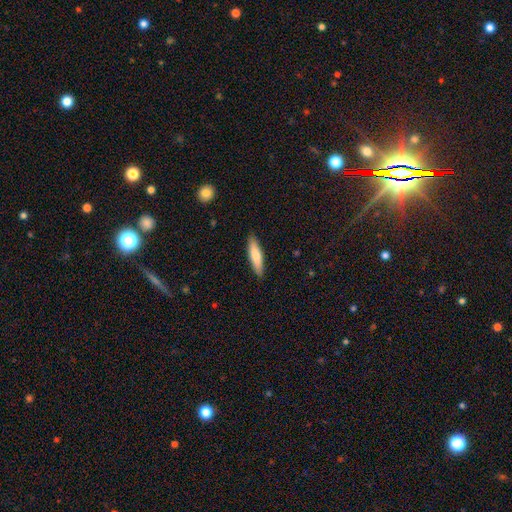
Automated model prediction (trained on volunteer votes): This appears to be a smooth galaxy with no disk features (77%) that is cigar-shaped (74%). Merging: none (89%).